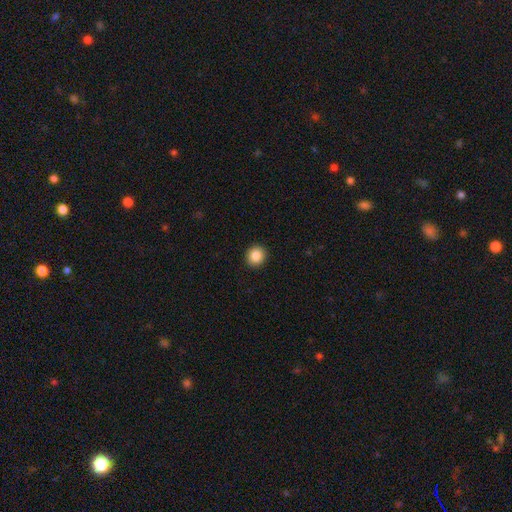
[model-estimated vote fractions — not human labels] Smooth or featured: smooth — 87% (star or artifact — 9%)
How rounded: round — 90% (in between — 9%)
Merging: none — 93% (minor disturbance — 5%)